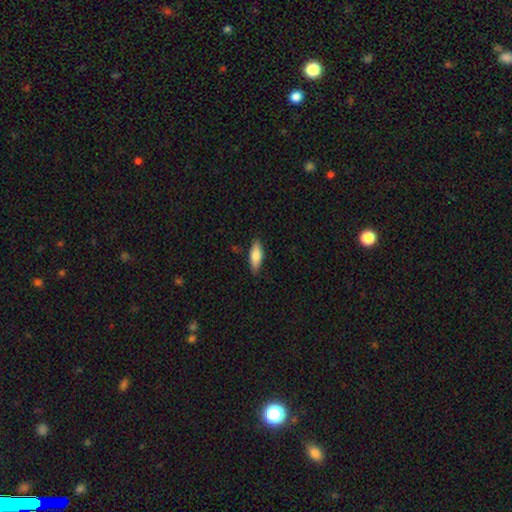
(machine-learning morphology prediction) smooth_or_featured: smooth (p=0.80) [alt: featured or disk p=0.15]
how_rounded: in between (p=0.72) [alt: cigar-shaped p=0.26]
merging: none (p=0.85) [alt: minor disturbance p=0.12]